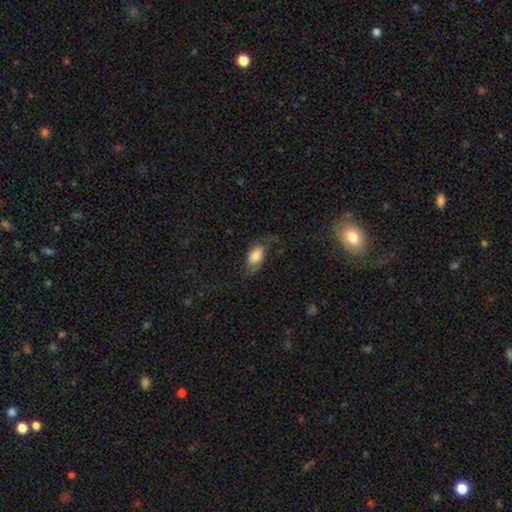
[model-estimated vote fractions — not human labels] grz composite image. It shows a smooth galaxy with no disk features (60%) that is in between round and cigar-shaped (90%). Merging: none (53%).